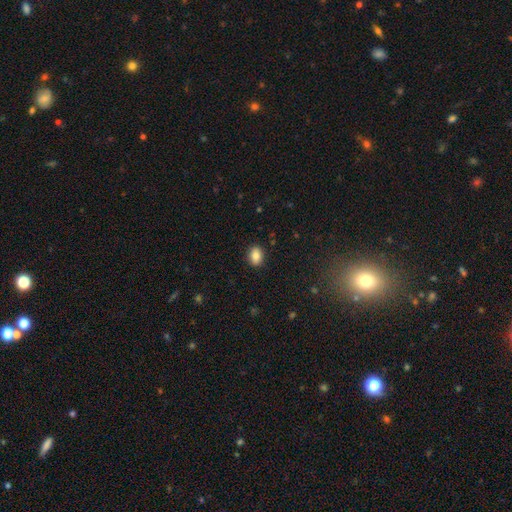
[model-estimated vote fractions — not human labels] Smooth or featured: smooth — 86% (star or artifact — 8%)
How rounded: in between — 69% (round — 30%)
Merging: none — 90% (minor disturbance — 7%)